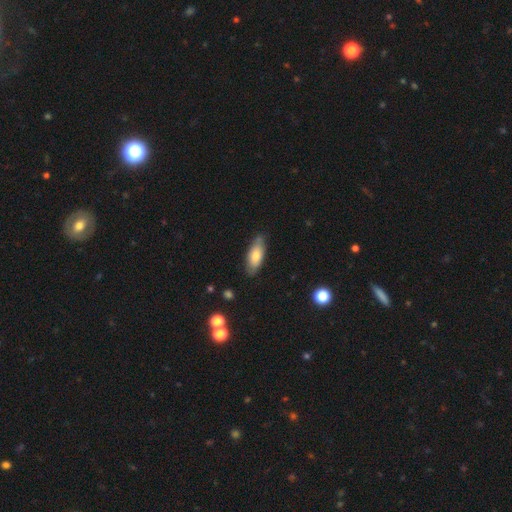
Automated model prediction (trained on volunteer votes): A smooth galaxy with no disk features (72%) that is in between round and cigar-shaped (78%). Merging: none (77%).